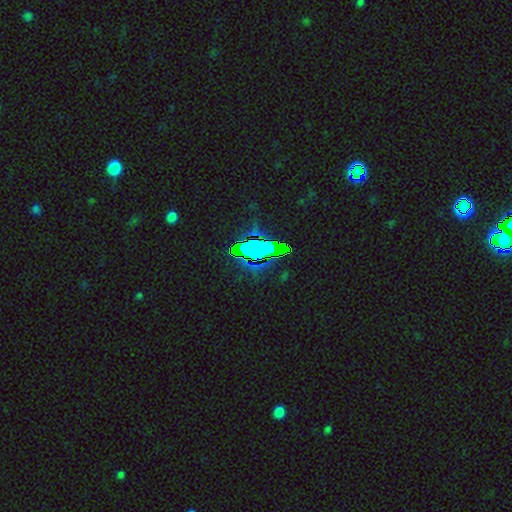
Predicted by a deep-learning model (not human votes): Smooth or featured?
  - star or artifact: 73% *
  - smooth: 16%
  - featured or disk: 11%